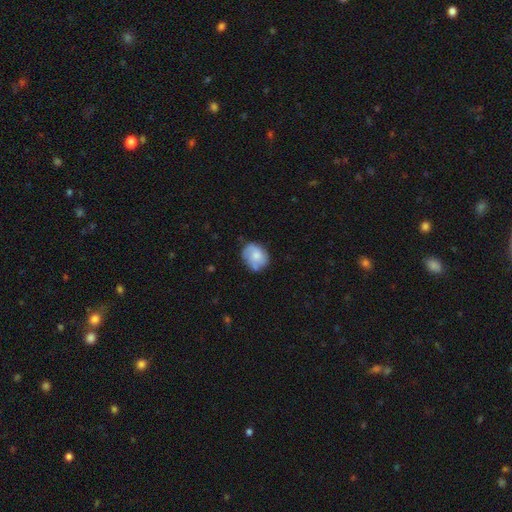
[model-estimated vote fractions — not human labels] smooth 61%, featured or disk 32%, star or artifact 7%. Down the decision tree: how rounded — round (57%); merging — none (61%).